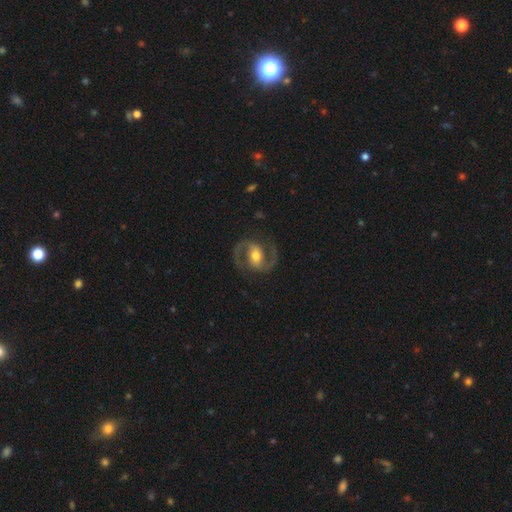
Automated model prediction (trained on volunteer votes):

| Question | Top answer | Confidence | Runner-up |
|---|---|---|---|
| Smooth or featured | featured or disk | 91% | smooth (5%) |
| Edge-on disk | no | 98% | yes (2%) |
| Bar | weak | 42% | strong (31%) |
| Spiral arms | yes | 97% | no (3%) |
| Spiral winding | medium | 65% | loose (19%) |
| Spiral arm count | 2 | 94% | can't tell (2%) |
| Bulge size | moderate | 71% | small (18%) |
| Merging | none | 84% | minor disturbance (10%) |